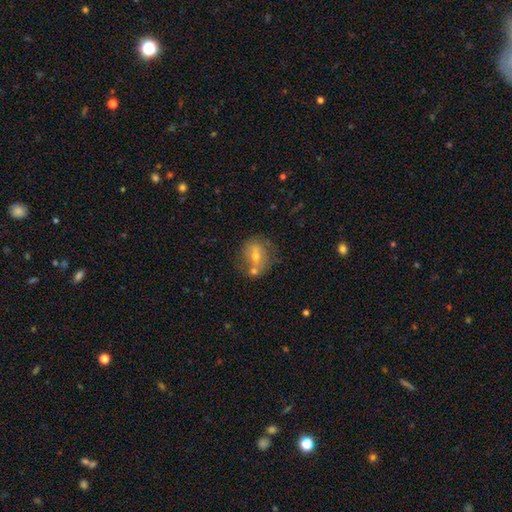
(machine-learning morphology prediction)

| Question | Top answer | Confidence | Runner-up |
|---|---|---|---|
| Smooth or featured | smooth | 46% | featured or disk (44%) |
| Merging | none | 48% | merger (25%) |